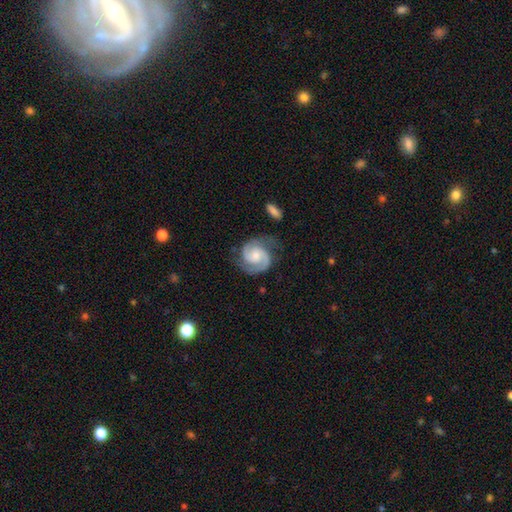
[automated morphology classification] This appears to be a featured or disk galaxy (88%) with no bar (58%), 2 (91%) medium (49%) spiral arms (98%) and a moderate central bulge (42%). Merging: none (74%).